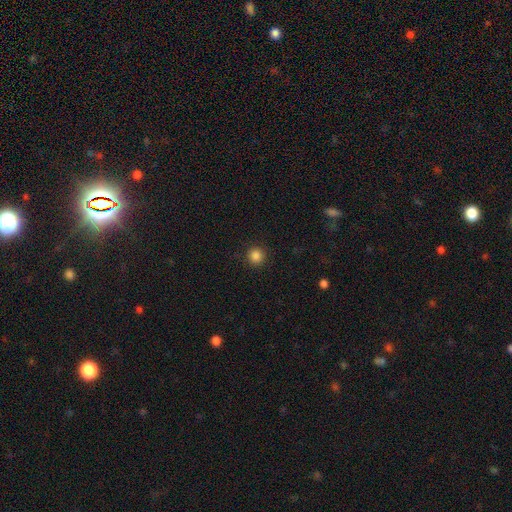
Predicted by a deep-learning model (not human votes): This appears to be a smooth galaxy with no disk features (86%) that is round (94%). Merging: none (91%).